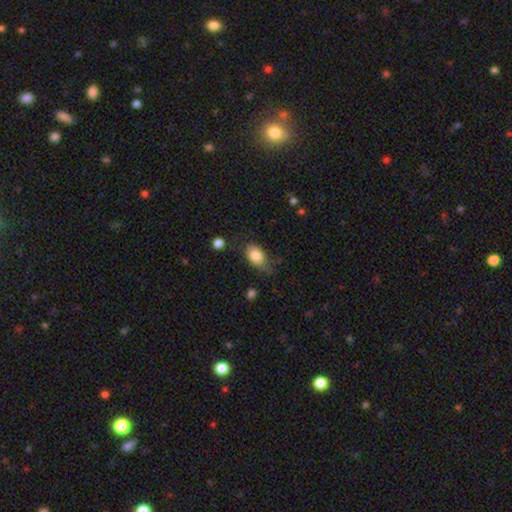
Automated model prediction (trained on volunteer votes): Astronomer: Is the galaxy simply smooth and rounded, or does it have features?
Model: smooth — 82%.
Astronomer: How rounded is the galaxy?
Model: in between — 87%.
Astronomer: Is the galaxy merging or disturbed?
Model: none — 60%.